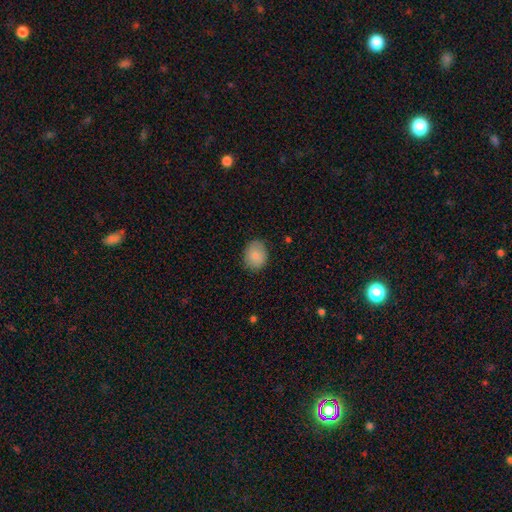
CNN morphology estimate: smooth-or-featured: smooth: 84% | featured or disk: 9% | star or artifact: 8%
  how-rounded: round: 56% | in between: 43% | cigar-shaped: 1%
  merging: none: 84% | minor disturbance: 12% | major disturbance: 3% | merger: 1%